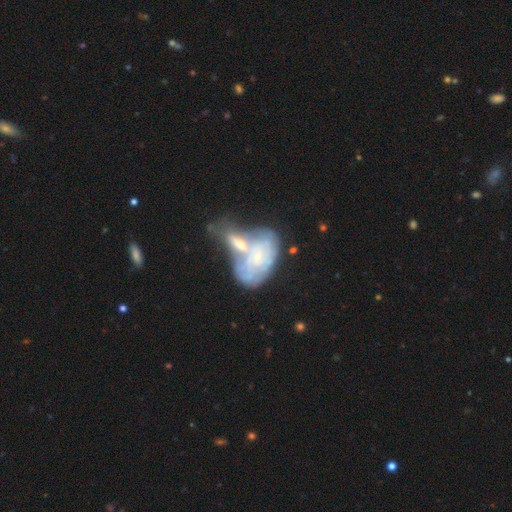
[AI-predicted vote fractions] This appears to be a featured or disk galaxy (67%) with no bar (79%), spiral arms (60%) and a small central bulge (69%). Merging: merger (60%).